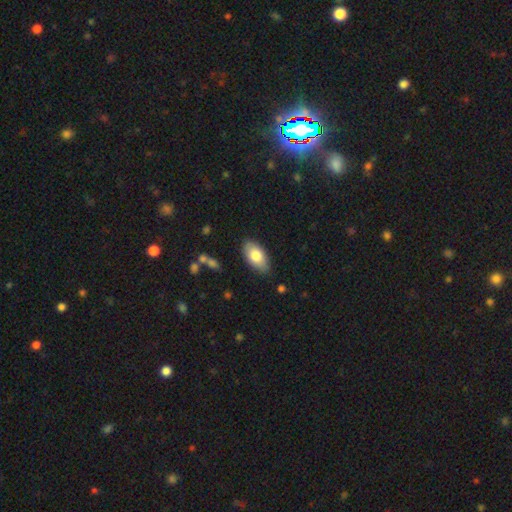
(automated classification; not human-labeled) Smooth or featured: smooth — 79% (featured or disk — 15%)
How rounded: in between — 94% (round — 3%)
Merging: none — 85% (minor disturbance — 12%)